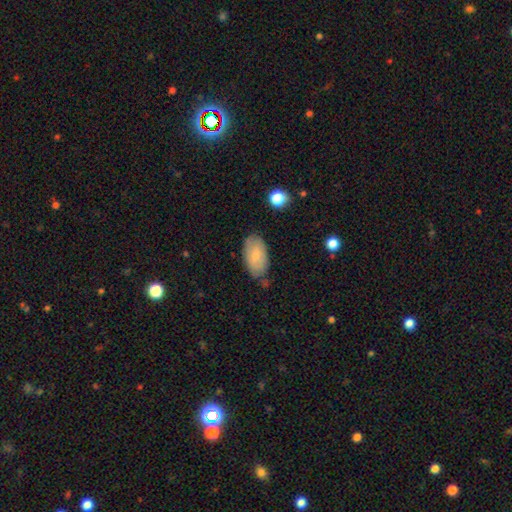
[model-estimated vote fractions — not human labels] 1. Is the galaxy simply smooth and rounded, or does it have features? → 75% smooth, 18% featured or disk, 6% star or artifact.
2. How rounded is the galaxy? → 94% in between, 3% round, 2% cigar-shaped.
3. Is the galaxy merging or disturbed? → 72% none, 21% minor disturbance, 4% major disturbance, 3% merger.